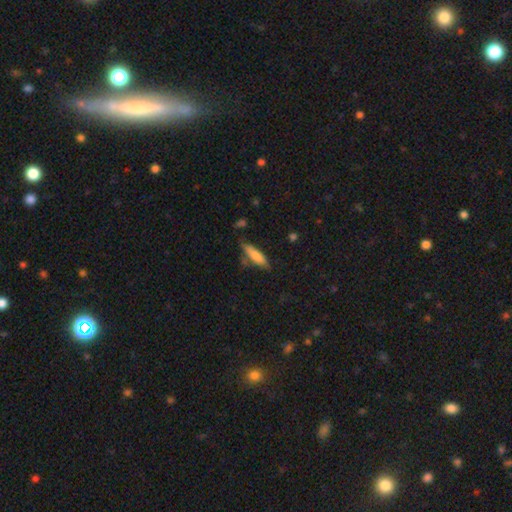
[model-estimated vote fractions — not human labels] Smooth or featured: smooth — 77% (featured or disk — 17%)
How rounded: cigar-shaped — 62% (in between — 36%)
Merging: none — 69% (minor disturbance — 21%)